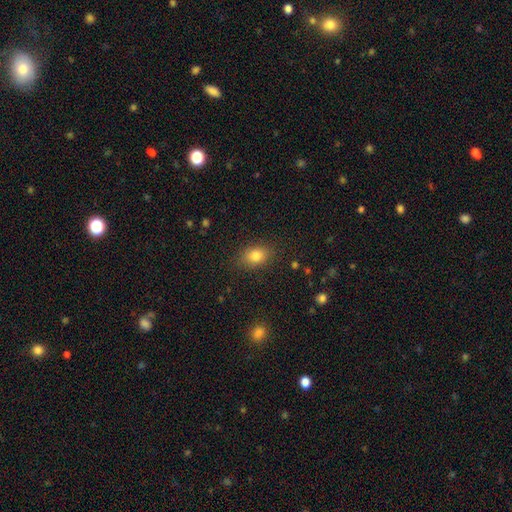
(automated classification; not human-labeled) Q: Smooth or featured?
A: smooth (82%); runner-up: star or artifact (10%)
Q: How rounded?
A: in between (74%); runner-up: round (24%)
Q: Merging?
A: none (84%); runner-up: minor disturbance (12%)